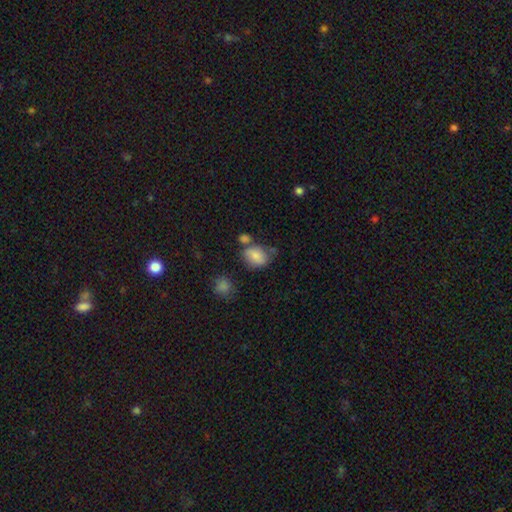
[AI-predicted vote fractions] This appears to be a smooth galaxy with no disk features (80%) that is in between round and cigar-shaped (64%). Merging: none (49%).